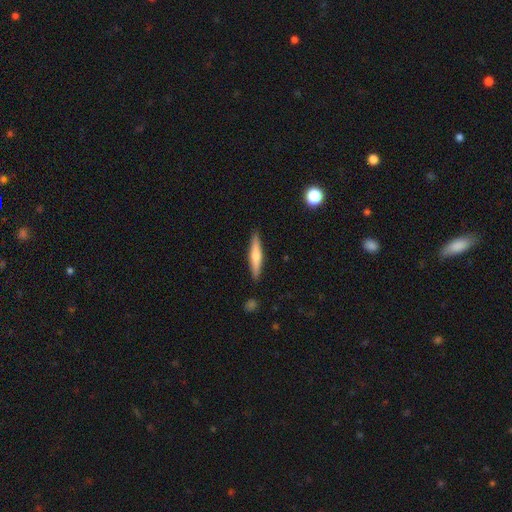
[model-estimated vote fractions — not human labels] Smooth or featured?
  - smooth: 50% *
  - featured or disk: 44%
  - star or artifact: 6%
Merging?
  - none: 90% *
  - minor disturbance: 7%
  - major disturbance: 2%
  - merger: 1%